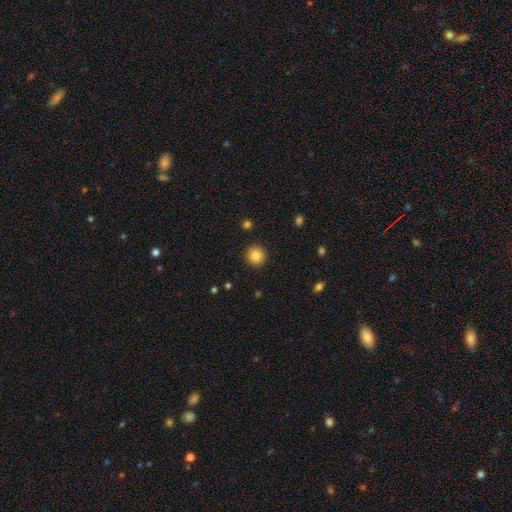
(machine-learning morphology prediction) A smooth galaxy with no disk features (85%) that is round (93%). Merging: none (92%).